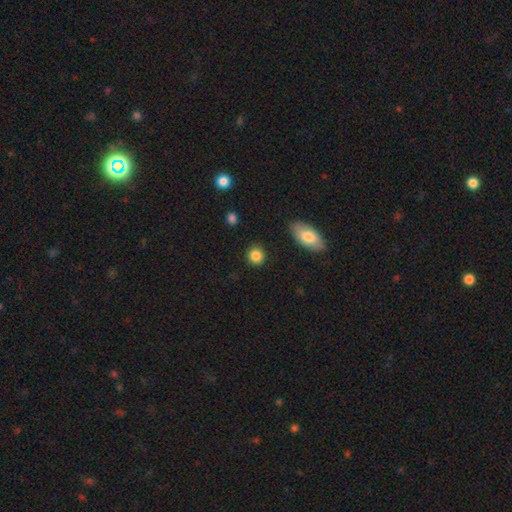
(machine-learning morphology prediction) Q: Smooth or featured?
A: smooth (87%); runner-up: star or artifact (8%)
Q: How rounded?
A: round (84%); runner-up: in between (15%)
Q: Merging?
A: none (89%); runner-up: minor disturbance (7%)